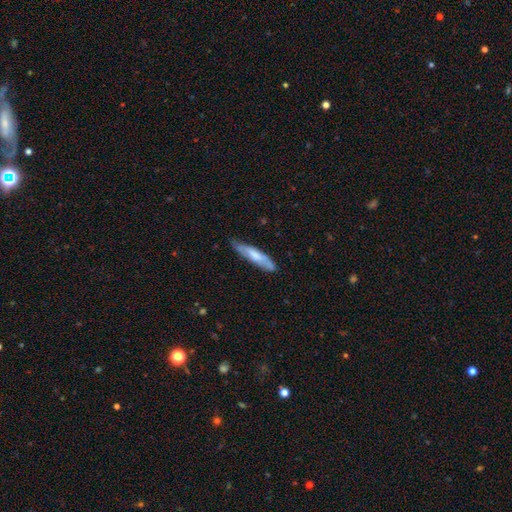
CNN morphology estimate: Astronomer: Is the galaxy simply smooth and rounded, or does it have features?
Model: smooth — 58% (runner-up: featured or disk, 36%).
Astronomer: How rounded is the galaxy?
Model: cigar-shaped — 80%.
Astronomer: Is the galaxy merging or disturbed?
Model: none — 70%.